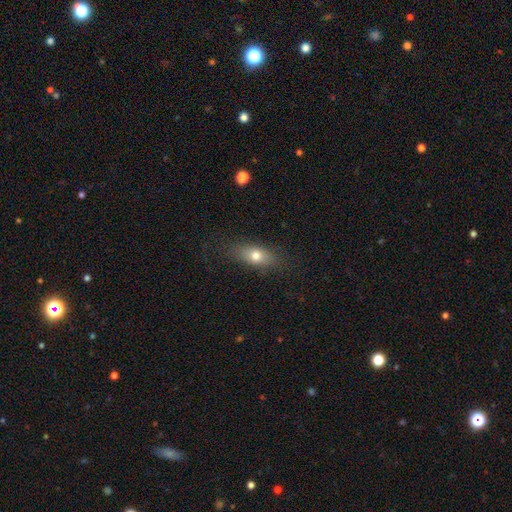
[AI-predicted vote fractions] Smooth or featured: smooth — 73% (featured or disk — 17%)
How rounded: in between — 78% (cigar-shaped — 12%)
Merging: none — 80% (minor disturbance — 13%)